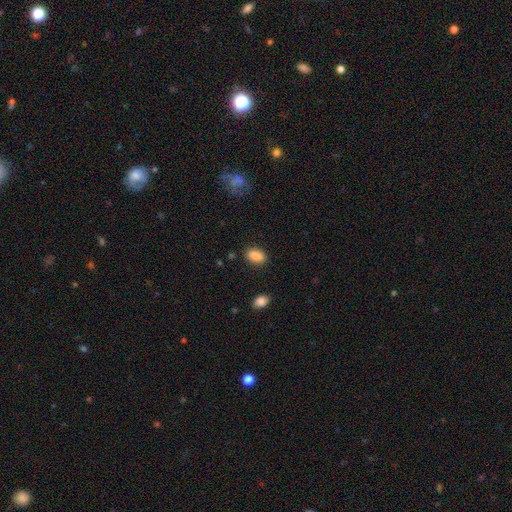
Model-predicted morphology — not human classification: Overall: smooth (89%). How rounded: in between (88%). Merging: none (86%).